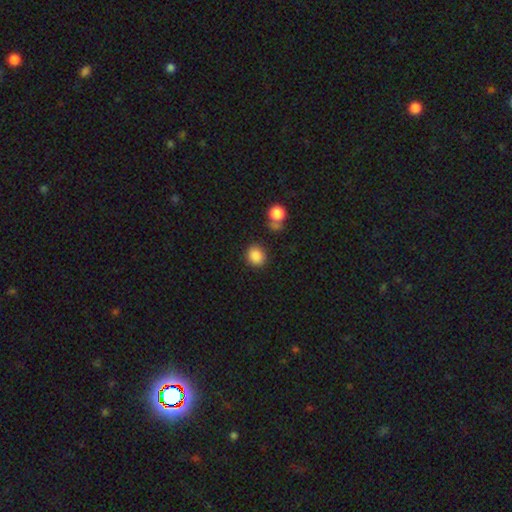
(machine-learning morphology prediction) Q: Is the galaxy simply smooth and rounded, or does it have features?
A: smooth — 87%.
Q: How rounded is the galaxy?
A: round — 76%.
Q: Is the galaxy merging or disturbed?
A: none — 84%.